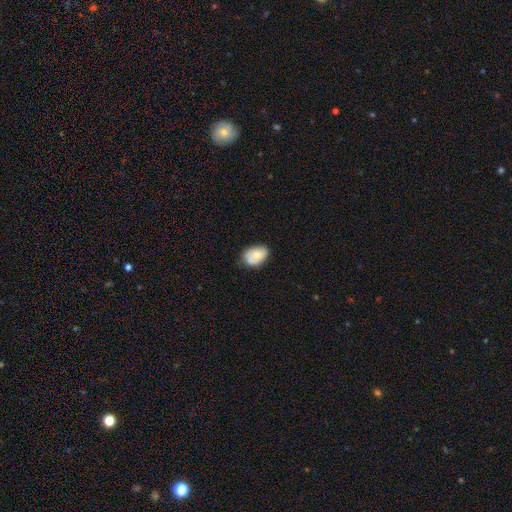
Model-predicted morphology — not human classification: Smooth or featured?
  - smooth: 72% *
  - featured or disk: 21%
  - star or artifact: 8%
How rounded?
  - in between: 81% *
  - round: 18%
  - cigar-shaped: 1%
Merging?
  - none: 63% *
  - minor disturbance: 29%
  - major disturbance: 6%
  - merger: 3%